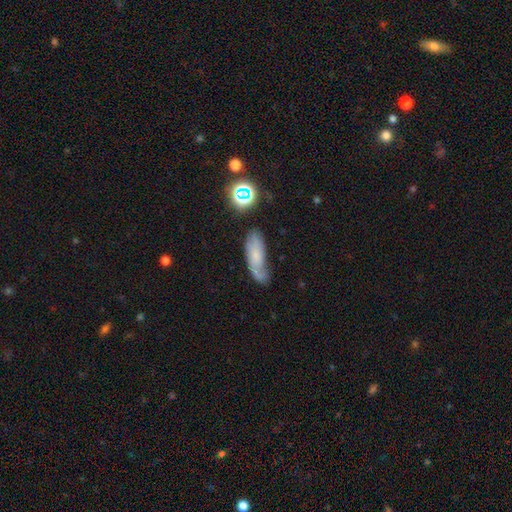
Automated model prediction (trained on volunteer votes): Q: Smooth or featured?
A: featured or disk (46%); runner-up: smooth (41%)
Q: Merging?
A: none (51%); runner-up: minor disturbance (30%)